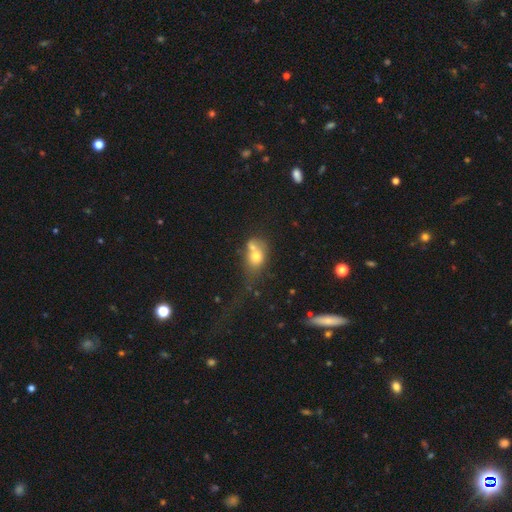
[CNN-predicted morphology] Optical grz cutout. It shows a smooth galaxy with no disk features (65%) that is in between round and cigar-shaped (55%). Merging: merger (53%).